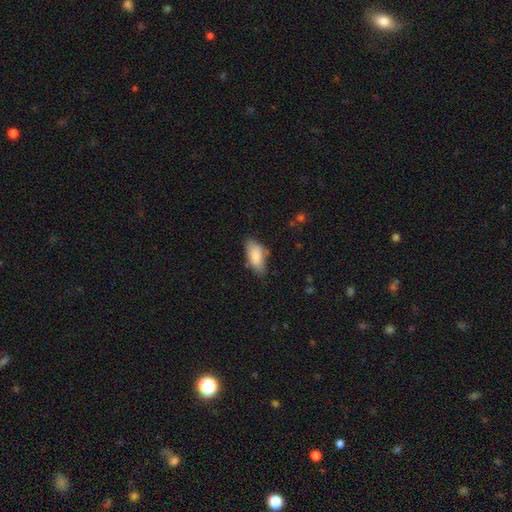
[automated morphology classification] The model was most divided on "merging": none: 61%, minor disturbance: 29%, major disturbance: 6%, merger: 3%. More confident: how rounded — in between (89%); smooth or featured — smooth (83%).